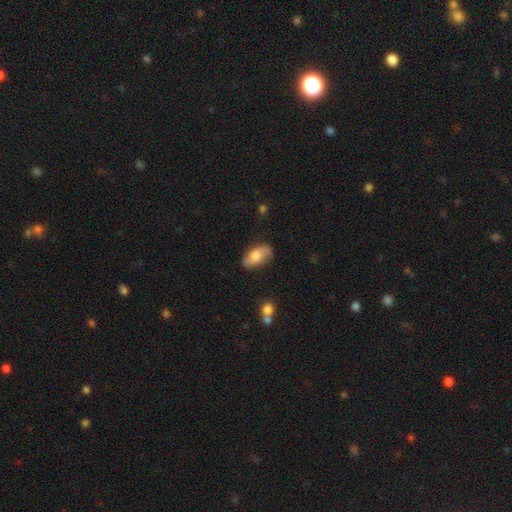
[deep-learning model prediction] Q: Smooth or featured?
A: smooth (67%); runner-up: featured or disk (26%)
Q: How rounded?
A: in between (92%); runner-up: round (4%)
Q: Merging?
A: none (74%); runner-up: minor disturbance (19%)